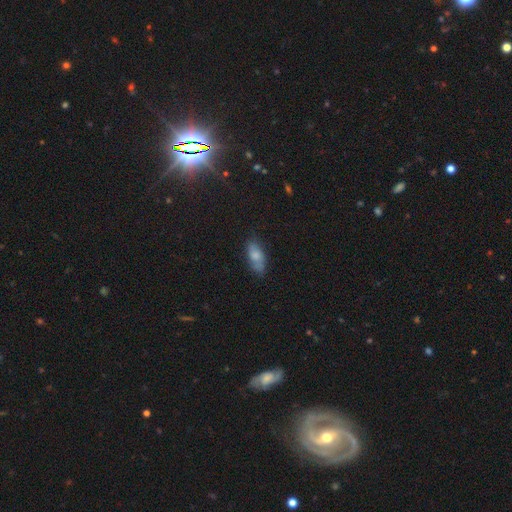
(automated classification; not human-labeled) Smooth or featured: smooth — 71% (featured or disk — 21%)
How rounded: in between — 81% (cigar-shaped — 16%)
Merging: none — 67% (minor disturbance — 24%)